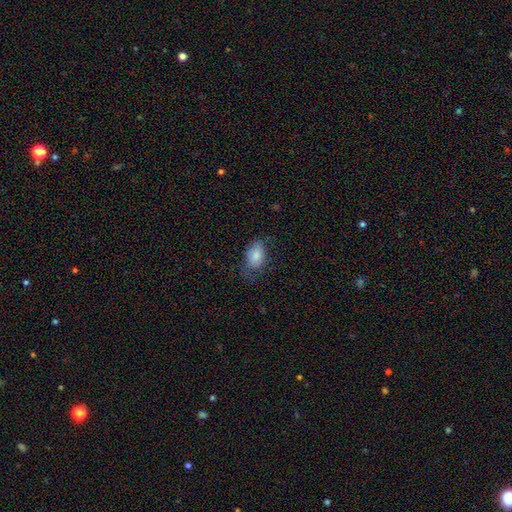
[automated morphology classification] smooth_or_featured: smooth (p=0.81) [alt: featured or disk p=0.11]
how_rounded: in between (p=0.88) [alt: round p=0.10]
merging: none (p=0.53) [alt: minor disturbance p=0.30]